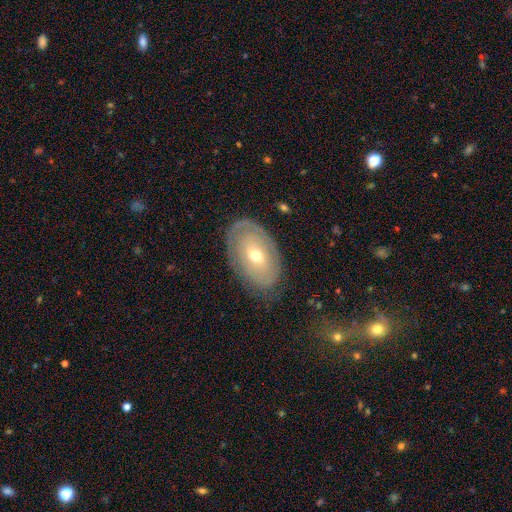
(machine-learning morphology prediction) The model was most divided on "spiral arms": yes: 53%, no: 47%. More confident: edge-on disk — no (90%); merging — none (75%); bar — no (65%); smooth or featured — featured or disk (57%); bulge size — moderate (53%).